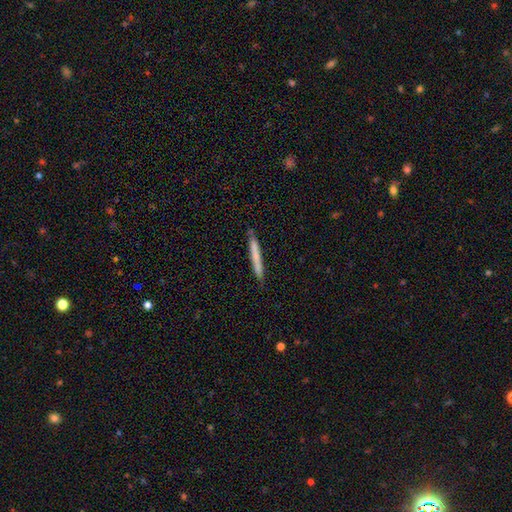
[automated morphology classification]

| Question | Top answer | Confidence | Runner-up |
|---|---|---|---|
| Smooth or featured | smooth | 68% | featured or disk (26%) |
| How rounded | cigar-shaped | 97% | in between (2%) |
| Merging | none | 87% | minor disturbance (10%) |